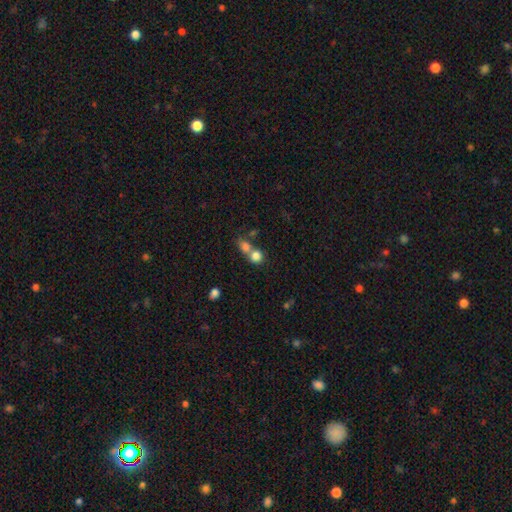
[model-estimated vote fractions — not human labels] A smooth galaxy with no disk features (79%) that is round (76%).

Vote fractions:
- Smooth or featured? smooth: 79% / star or artifact: 11% / featured or disk: 10%
- How rounded? round: 76% / in between: 22% / cigar-shaped: 1%
- Merging? merger: 55% / none: 35% / minor disturbance: 6% / major disturbance: 4%